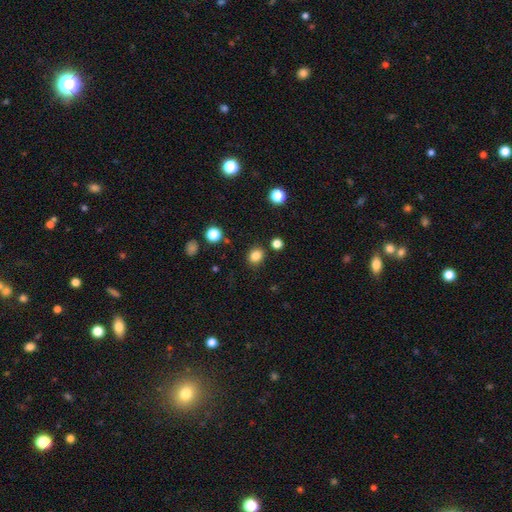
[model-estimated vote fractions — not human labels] This is clearly a smooth galaxy (83%). How rounded: likely round (70%). Merging: clearly none (86%).